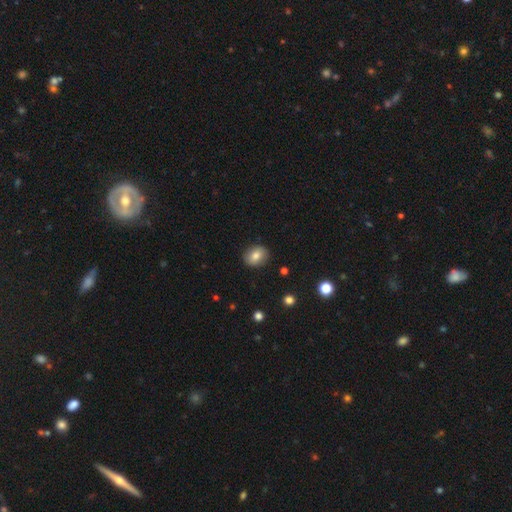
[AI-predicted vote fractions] smooth 80%, featured or disk 11%, star or artifact 9%. Down the decision tree: how rounded — round (50%); merging — none (88%).